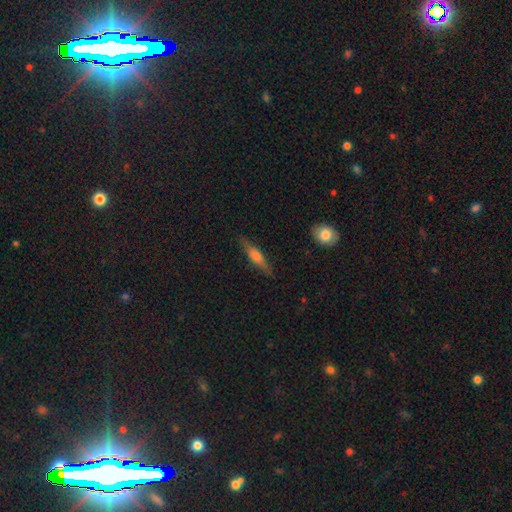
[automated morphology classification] Smooth or featured? Predicted: featured or disk (p=0.51). Edge-on disk? Predicted: yes (p=0.94). Merging? Predicted: none (p=0.85).